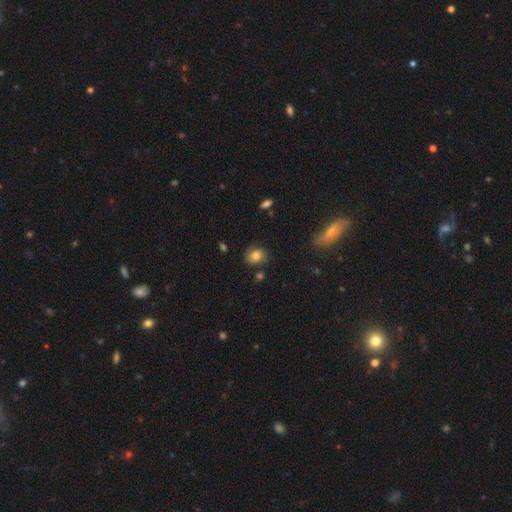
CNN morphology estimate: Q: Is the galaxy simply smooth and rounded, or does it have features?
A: smooth — 74%.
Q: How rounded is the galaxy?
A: round — 60%.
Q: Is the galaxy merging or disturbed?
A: none — 77%.